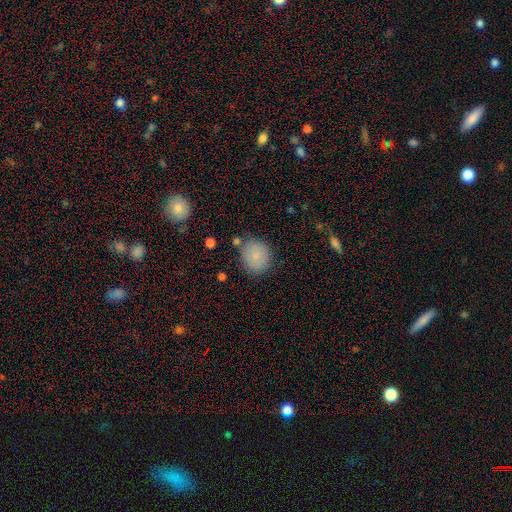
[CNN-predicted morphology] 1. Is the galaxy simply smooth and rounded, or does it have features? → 85% smooth, 8% star or artifact, 7% featured or disk.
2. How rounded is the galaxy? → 77% round, 22% in between, 1% cigar-shaped.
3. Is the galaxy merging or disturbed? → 77% none, 14% minor disturbance, 5% merger, 4% major disturbance.